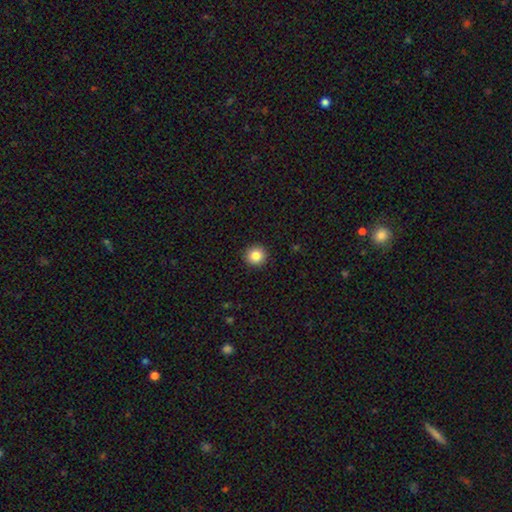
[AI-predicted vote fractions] A smooth galaxy with no disk features (85%) that is round (95%). Merging: none (93%).